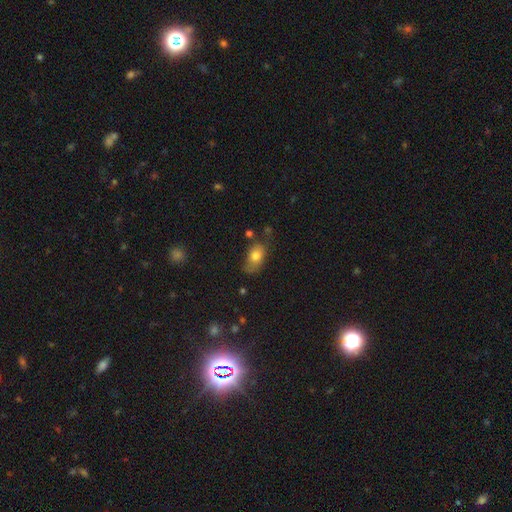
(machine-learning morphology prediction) Q: Smooth or featured?
A: smooth (77%); runner-up: featured or disk (14%)
Q: How rounded?
A: in between (85%); runner-up: round (12%)
Q: Merging?
A: none (57%); runner-up: minor disturbance (29%)